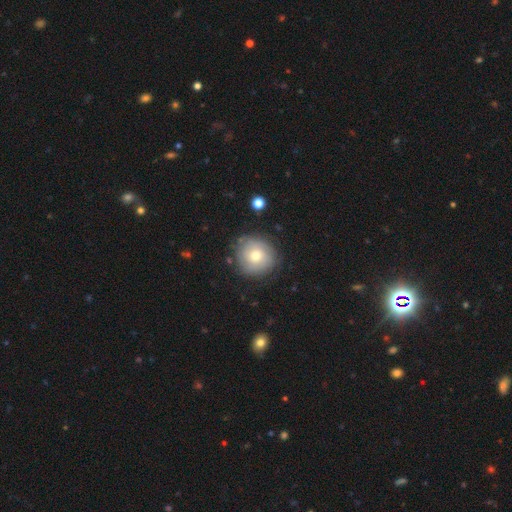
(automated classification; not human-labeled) The model was most divided on "smooth or featured": smooth: 52%, featured or disk: 39%, star or artifact: 8%. More confident: how rounded — round (91%); merging — none (81%).